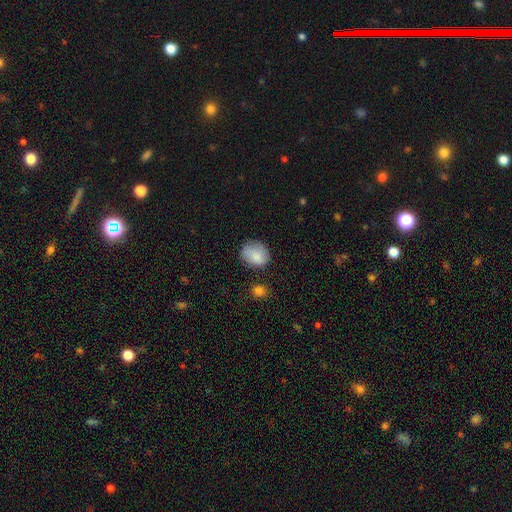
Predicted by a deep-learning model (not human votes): Smooth or featured: smooth — 83% (featured or disk — 10%)
How rounded: round — 58% (in between — 41%)
Merging: none — 67% (minor disturbance — 23%)